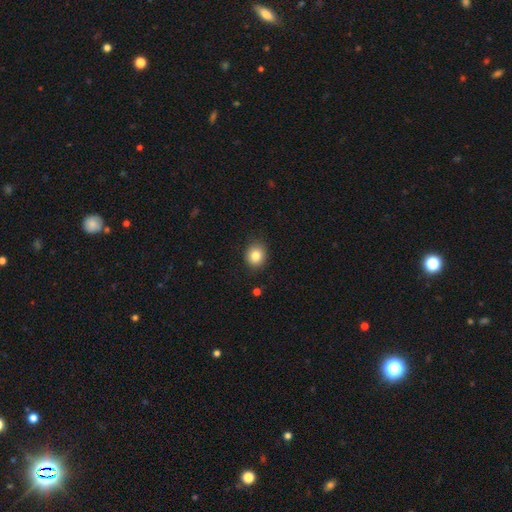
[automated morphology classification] Smooth or featured? smooth (83%)
How rounded? round (73%)
Merging? none (86%)